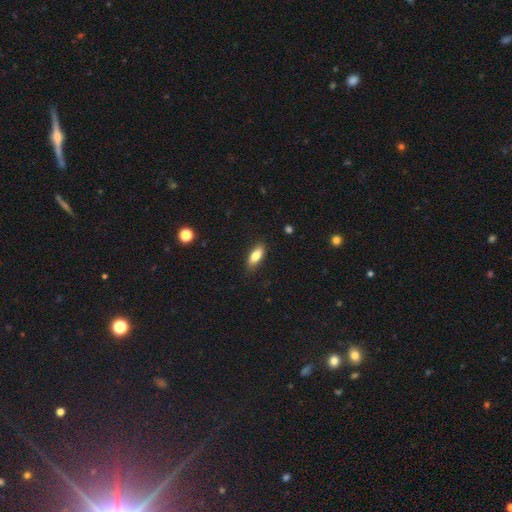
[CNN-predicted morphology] Overall: smooth (80%). How rounded: in between (75%). Merging: none (84%).